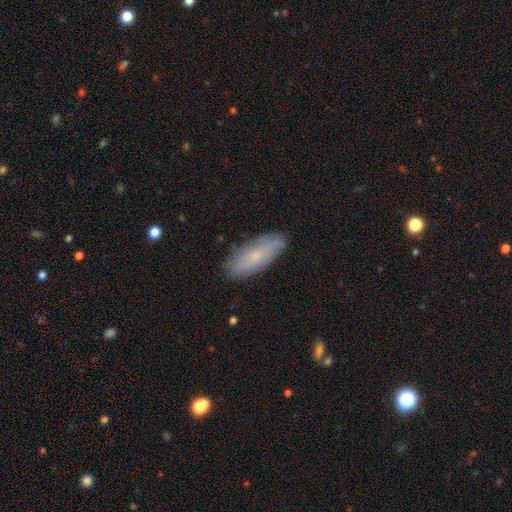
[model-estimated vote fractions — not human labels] Q: Smooth or featured?
A: smooth (63%); runner-up: featured or disk (30%)
Q: How rounded?
A: in between (67%); runner-up: cigar-shaped (30%)
Q: Merging?
A: none (84%); runner-up: minor disturbance (12%)